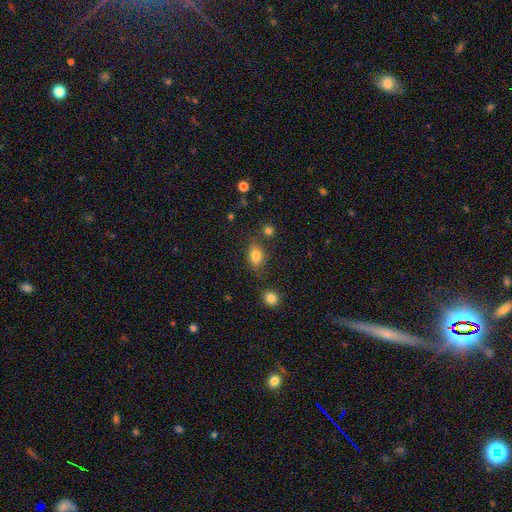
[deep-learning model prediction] Smooth or featured?
  - smooth: 81% *
  - star or artifact: 11%
  - featured or disk: 8%
How rounded?
  - in between: 74% *
  - round: 23%
  - cigar-shaped: 3%
Merging?
  - none: 74% *
  - minor disturbance: 16%
  - merger: 6%
  - major disturbance: 4%